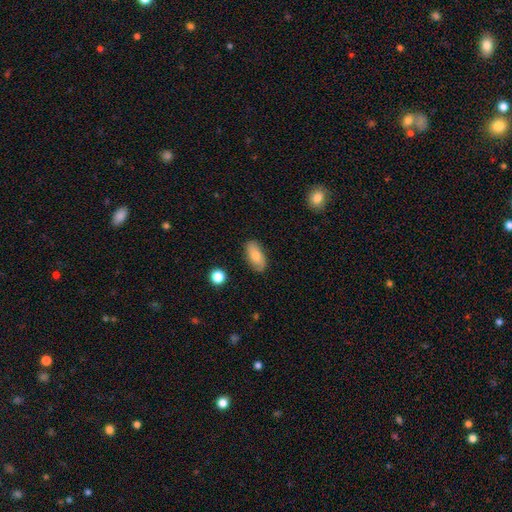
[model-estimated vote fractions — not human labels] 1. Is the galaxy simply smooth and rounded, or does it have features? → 77% smooth, 16% featured or disk, 7% star or artifact.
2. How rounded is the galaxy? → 89% in between, 8% cigar-shaped, 3% round.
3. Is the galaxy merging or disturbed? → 84% none, 13% minor disturbance, 2% major disturbance, 1% merger.